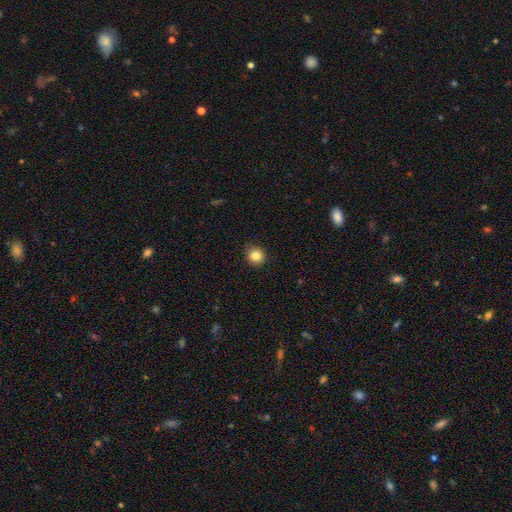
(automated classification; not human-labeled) smooth_or_featured: smooth (p=0.83) [alt: star or artifact p=0.11]
how_rounded: round (p=0.86) [alt: in between p=0.14]
merging: none (p=0.85) [alt: minor disturbance p=0.12]